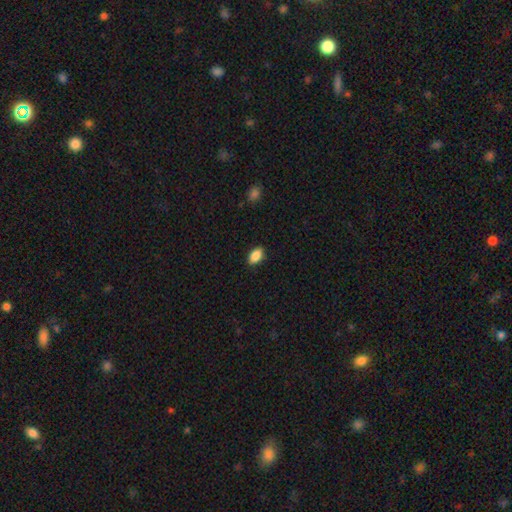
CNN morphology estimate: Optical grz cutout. It shows a smooth galaxy with no disk features (88%) that is in between round and cigar-shaped (90%). Merging: none (88%).